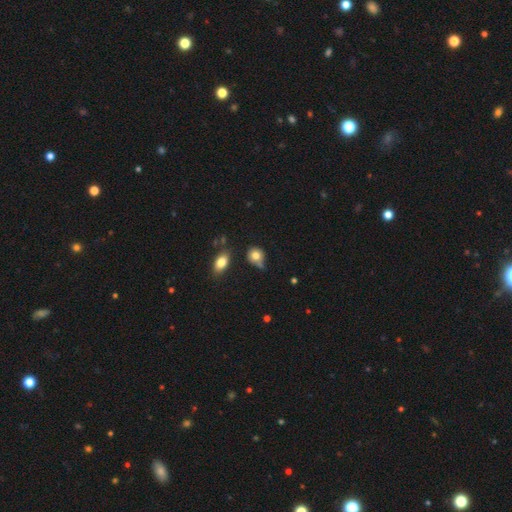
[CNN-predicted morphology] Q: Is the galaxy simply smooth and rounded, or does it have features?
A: smooth — 79%.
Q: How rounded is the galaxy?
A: round — 73%.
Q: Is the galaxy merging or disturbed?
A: none — 52%.